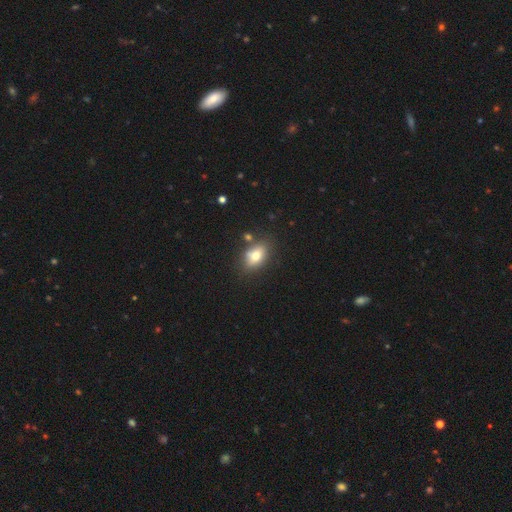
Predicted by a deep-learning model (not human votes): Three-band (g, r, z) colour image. It shows a smooth galaxy with no disk features (75%) that is in between round and cigar-shaped (82%). Merging: none (73%).